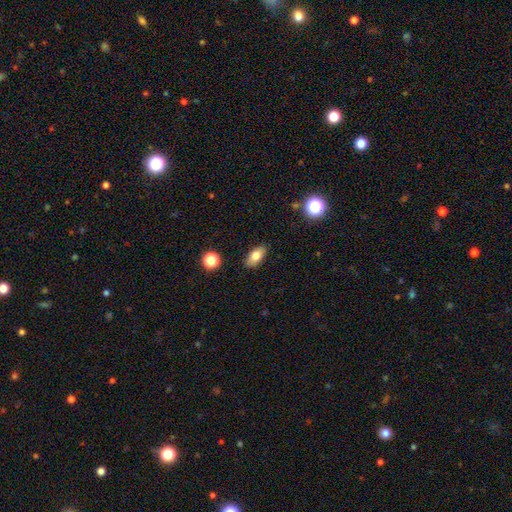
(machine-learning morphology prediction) This appears to be a smooth galaxy with no disk features (77%) that is in between round and cigar-shaped (87%). Merging: none (87%).